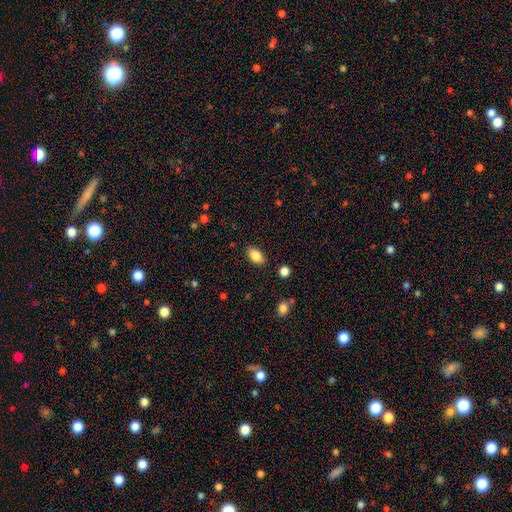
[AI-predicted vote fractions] Smooth or featured?
  - smooth: 86% *
  - star or artifact: 8%
  - featured or disk: 6%
How rounded?
  - in between: 90% *
  - round: 8%
  - cigar-shaped: 2%
Merging?
  - none: 86% *
  - minor disturbance: 10%
  - major disturbance: 3%
  - merger: 2%